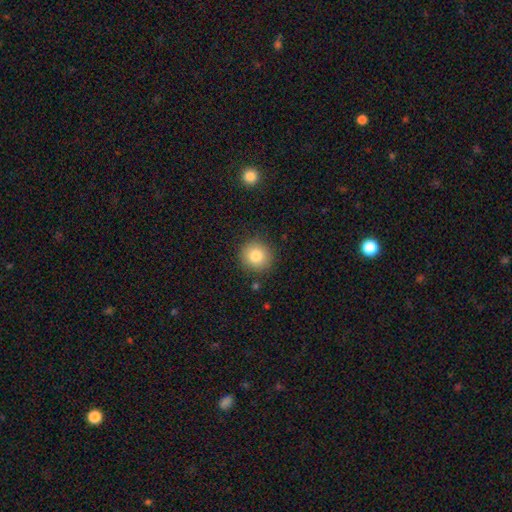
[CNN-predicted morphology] This appears to be a smooth galaxy with no disk features (81%) that is round (92%). Merging: none (89%).